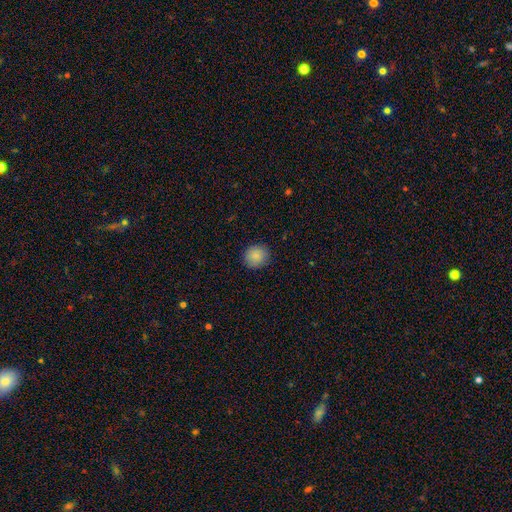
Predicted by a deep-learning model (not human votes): smooth_or_featured: smooth (p=0.88) [alt: star or artifact p=0.08]
how_rounded: round (p=0.85) [alt: in between p=0.14]
merging: none (p=0.89) [alt: minor disturbance p=0.08]